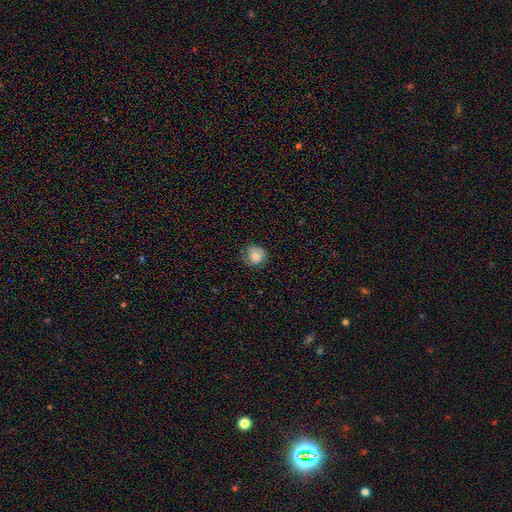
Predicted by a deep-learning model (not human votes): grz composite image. It shows a smooth galaxy with no disk features (81%) that is round (86%). Merging: none (69%).